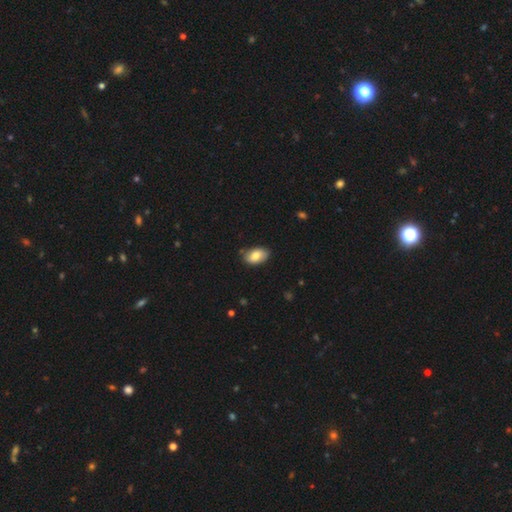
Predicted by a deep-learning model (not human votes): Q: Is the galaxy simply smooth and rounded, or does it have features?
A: smooth — 80%.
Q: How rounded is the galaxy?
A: in between — 92%.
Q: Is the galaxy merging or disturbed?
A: none — 77%.